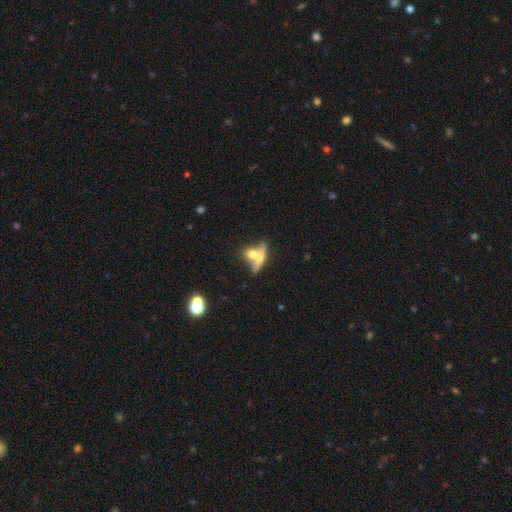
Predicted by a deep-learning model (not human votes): Smooth or featured?
  - smooth: 53% *
  - featured or disk: 38%
  - star or artifact: 9%
How rounded?
  - in between: 45% *
  - cigar-shaped: 36%
  - round: 19%
Merging?
  - merger: 55% *
  - none: 30%
  - minor disturbance: 9%
  - major disturbance: 6%